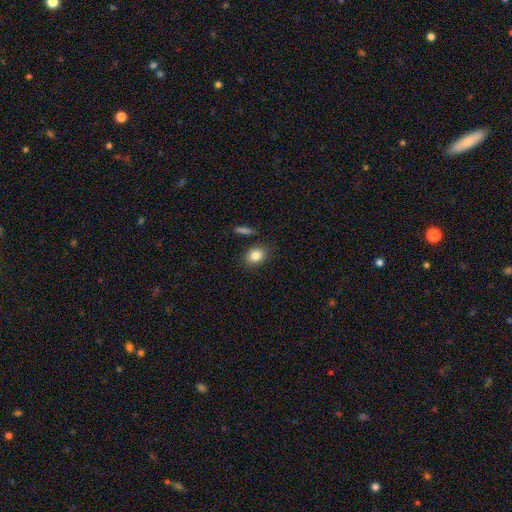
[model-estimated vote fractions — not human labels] smooth 84%, star or artifact 9%, featured or disk 7%. Down the decision tree: how rounded — in between (58%); merging — none (83%).